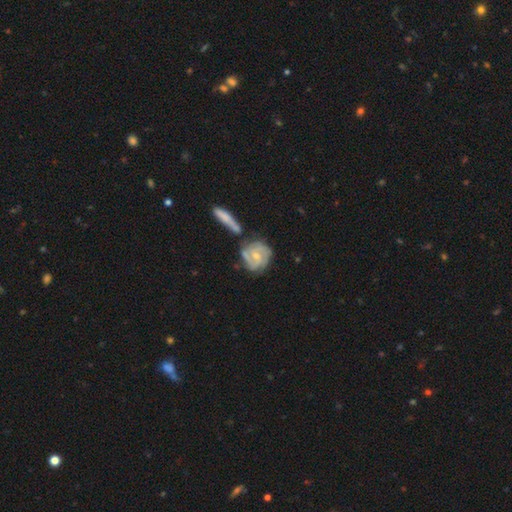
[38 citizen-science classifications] A featured or disk galaxy (92%) with a weak bar (58%), 2 (31%) tight (59%) spiral arms (97%) and a moderate central bulge (64%).

Vote fractions:
- Smooth or featured? featured or disk: 92% / smooth: 5% / star or artifact: 3%
- Edge-on disk? no: 94% / yes: 6%
- Bar? weak: 58% / no: 36% / strong: 6%
- Spiral arms? yes: 97% / no: 3%
- Spiral winding? tight: 59% / medium: 34% / loose: 6%
- Spiral arm count? 2: 31% / 3: 22% / more than 4: 19% / 4: 12% / can't tell: 12% / 1: 3%
- Bulge size? moderate: 64% / small: 30% / none: 6% / dominant: 0% / large: 0%
- Merging? none: 41% / minor disturbance: 27% / merger: 27% / major disturbance: 5%